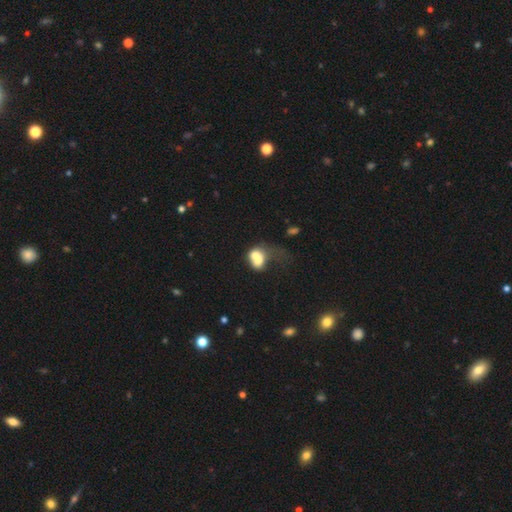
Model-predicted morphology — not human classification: The model was most divided on "how rounded": in between: 56%, round: 42%, cigar-shaped: 2%. More confident: smooth or featured — smooth (63%); merging — merger (57%).